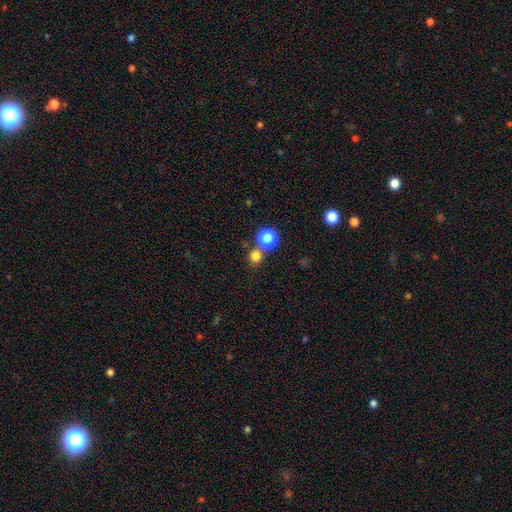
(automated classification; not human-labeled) smooth_or_featured: smooth (p=0.78) [alt: star or artifact p=0.17]
how_rounded: round (p=0.88) [alt: in between p=0.11]
merging: none (p=0.67) [alt: merger p=0.22]